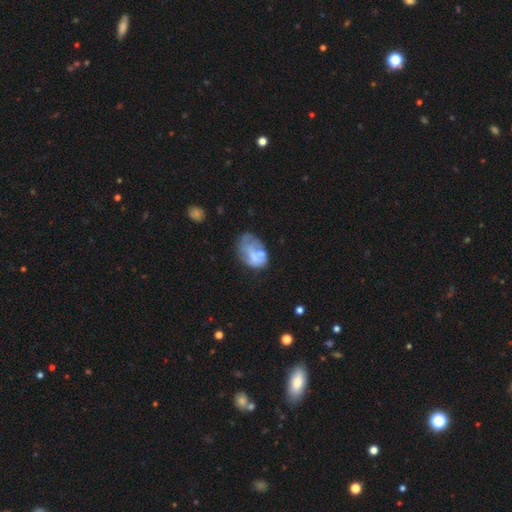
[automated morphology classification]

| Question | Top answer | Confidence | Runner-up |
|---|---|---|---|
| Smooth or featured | smooth | 55% | featured or disk (36%) |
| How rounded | in between | 81% | round (17%) |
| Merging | major disturbance | 32% | minor disturbance (31%) |